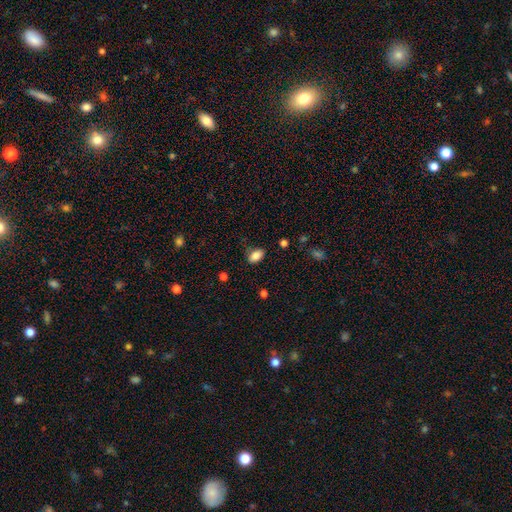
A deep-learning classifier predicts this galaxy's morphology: This appears to be a smooth galaxy with no disk features (84%) that is in between round and cigar-shaped (89%). Merging: none (80%).